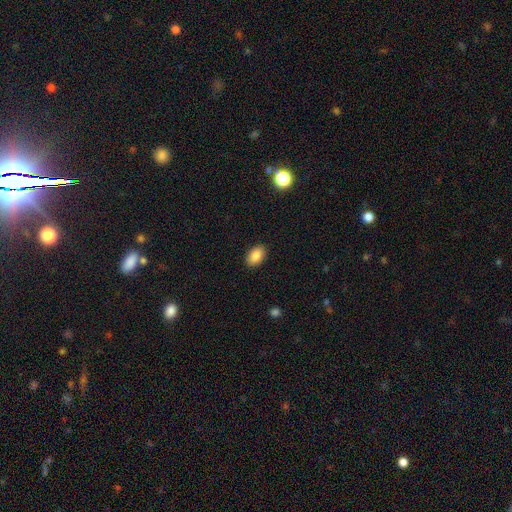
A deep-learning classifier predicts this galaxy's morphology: The model was most divided on "smooth or featured": smooth: 86%, star or artifact: 8%, featured or disk: 6%. More confident: how rounded — in between (90%); merging — none (89%).